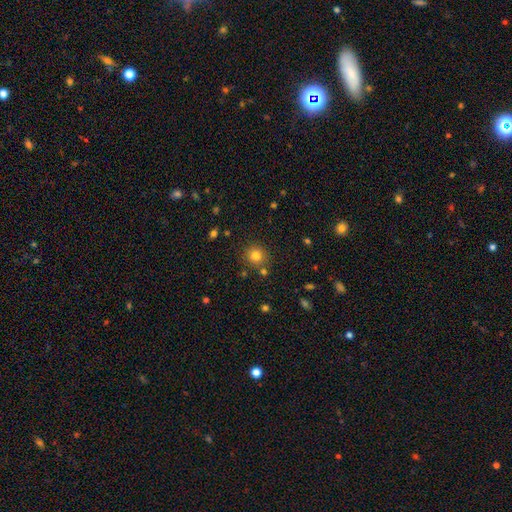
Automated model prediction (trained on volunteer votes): This is likely a smooth galaxy (79%). How rounded: clearly round (91%). Merging: clearly none (83%).